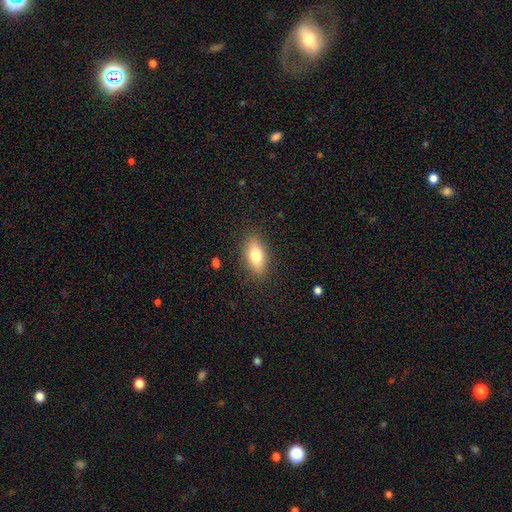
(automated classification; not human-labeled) This appears to be a smooth galaxy with no disk features (72%) that is in between round and cigar-shaped (81%). Merging: none (86%).